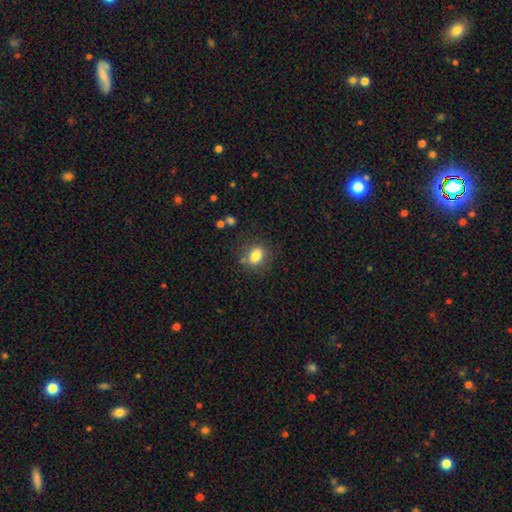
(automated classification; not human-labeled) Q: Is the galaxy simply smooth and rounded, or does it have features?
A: smooth — 81%.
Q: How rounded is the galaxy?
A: in between — 53%.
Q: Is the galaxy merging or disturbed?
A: none — 77%.